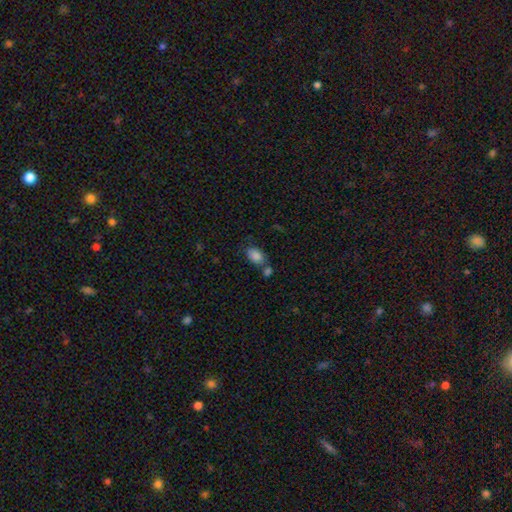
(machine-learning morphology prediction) smooth_or_featured: smooth (p=0.86) [alt: star or artifact p=0.08]
how_rounded: in between (p=0.90) [alt: round p=0.09]
merging: none (p=0.55) [alt: merger p=0.27]